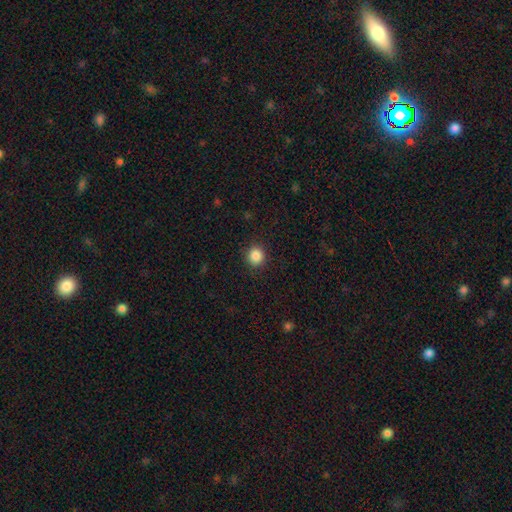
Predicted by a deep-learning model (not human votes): This is clearly a smooth galaxy (86%). How rounded: clearly round (91%). Merging: clearly none (91%).